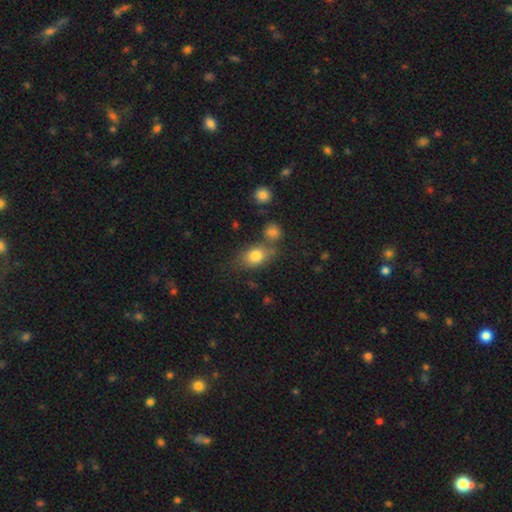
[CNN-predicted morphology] smooth-or-featured: smooth: 80% | featured or disk: 10% | star or artifact: 10%
  how-rounded: in between: 72% | round: 26% | cigar-shaped: 2%
  merging: none: 58% | merger: 20% | minor disturbance: 16% | major disturbance: 6%